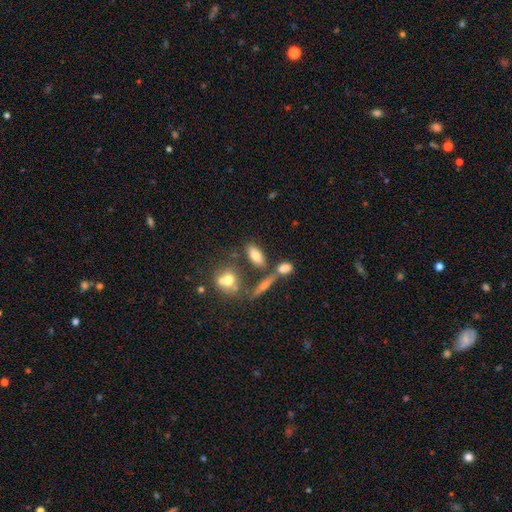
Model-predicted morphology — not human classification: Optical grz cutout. It shows a smooth galaxy with no disk features (73%) that is in between round and cigar-shaped (80%). Merging: none (64%).